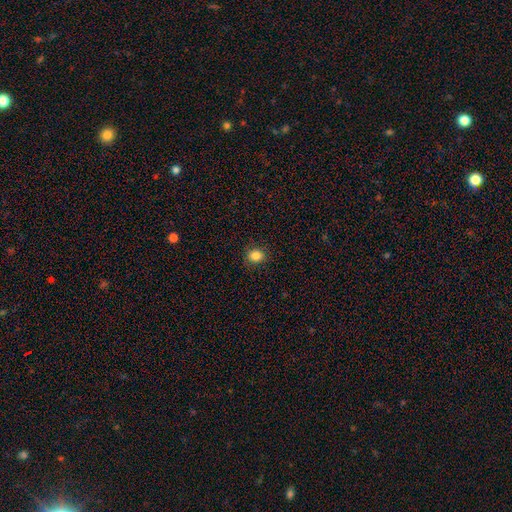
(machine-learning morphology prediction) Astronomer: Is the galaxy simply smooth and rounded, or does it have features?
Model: smooth — 85%.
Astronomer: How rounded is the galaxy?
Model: round — 68%.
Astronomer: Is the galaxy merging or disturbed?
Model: none — 87%.